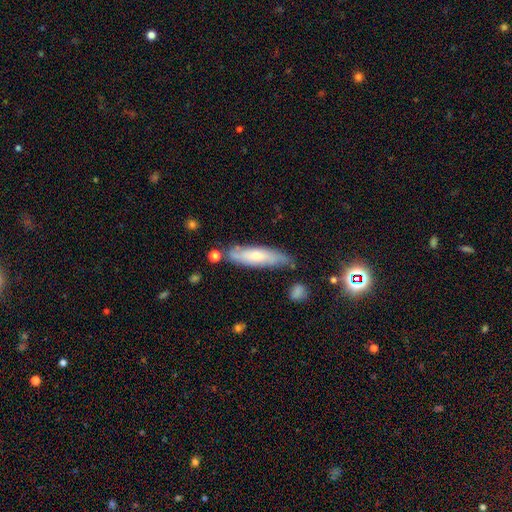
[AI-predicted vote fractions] Morphology: type=smooth (51%); roundness=cigar-shaped (68%); merging=none (68%).